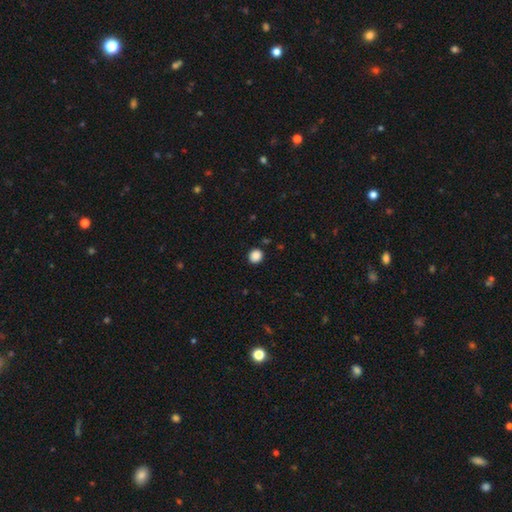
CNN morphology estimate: smooth_or_featured: smooth (p=0.88) [alt: star or artifact p=0.10]
how_rounded: round (p=0.87) [alt: in between p=0.12]
merging: none (p=0.91) [alt: minor disturbance p=0.06]